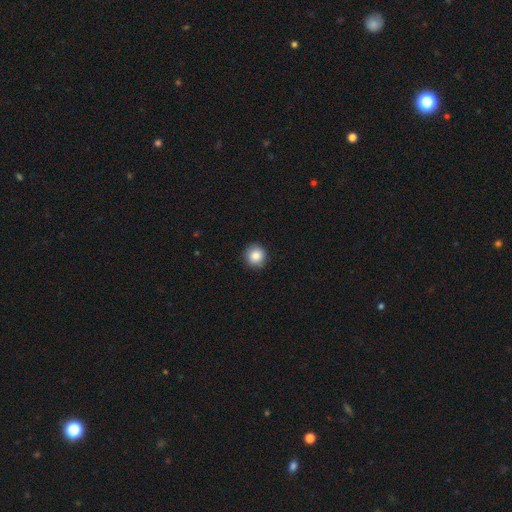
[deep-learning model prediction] The model was most divided on "smooth or featured": smooth: 85%, star or artifact: 9%, featured or disk: 6%. More confident: how rounded — round (93%); merging — none (90%).